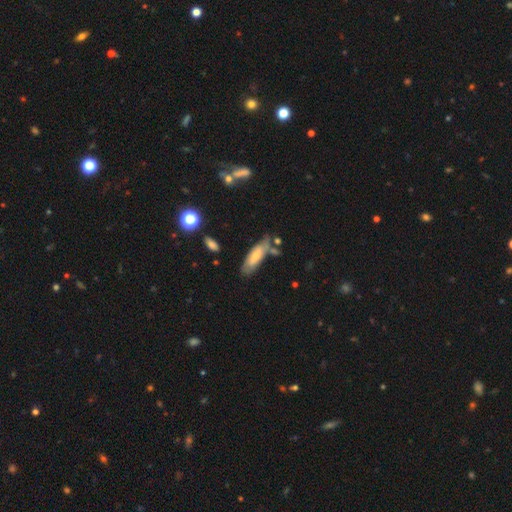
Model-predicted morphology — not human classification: smooth 61%, featured or disk 32%, star or artifact 6%. Down the decision tree: how rounded — in between (53%); merging — none (62%).